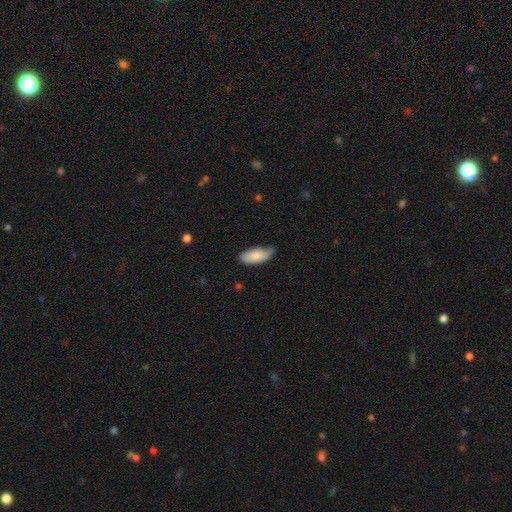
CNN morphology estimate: The model was most divided on "merging": none: 57%, minor disturbance: 35%, major disturbance: 6%, merger: 2%. More confident: how rounded — in between (88%); smooth or featured — smooth (81%).